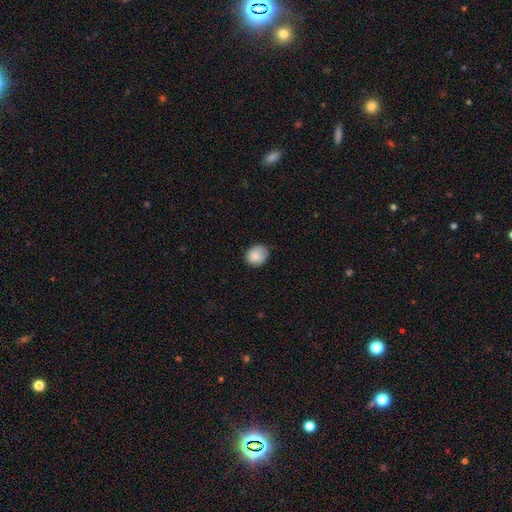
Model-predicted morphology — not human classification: The model was most divided on "how rounded": round: 65%, in between: 35%, cigar-shaped: 1%. More confident: smooth or featured — smooth (84%); merging — none (74%).